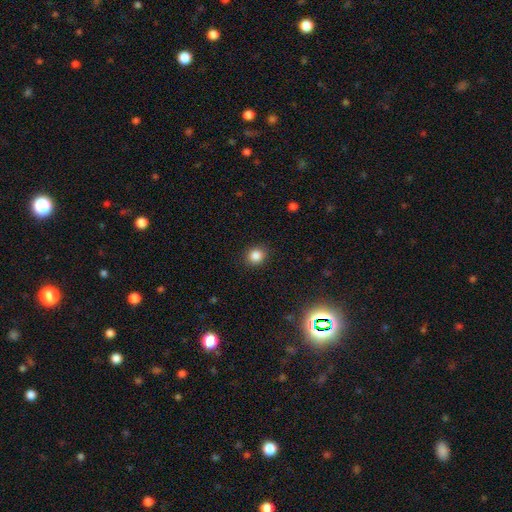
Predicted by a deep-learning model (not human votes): This is clearly a smooth galaxy (85%). How rounded: clearly round (82%). Merging: clearly none (90%).